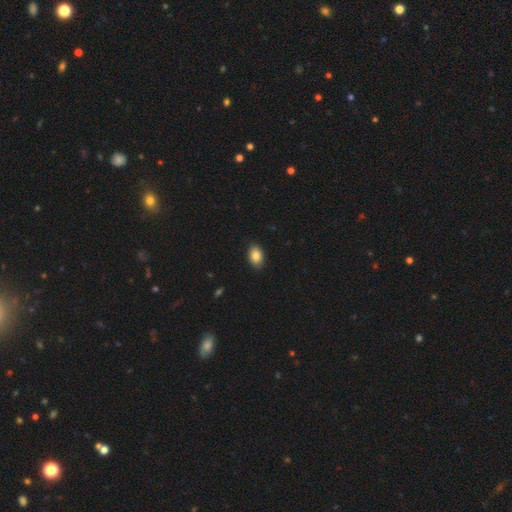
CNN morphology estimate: A smooth galaxy with no disk features (86%) that is in between round and cigar-shaped (87%).

Vote fractions:
- Smooth or featured? smooth: 86% / star or artifact: 8% / featured or disk: 6%
- How rounded? in between: 87% / round: 12% / cigar-shaped: 1%
- Merging? none: 88% / minor disturbance: 9% / major disturbance: 2% / merger: 1%